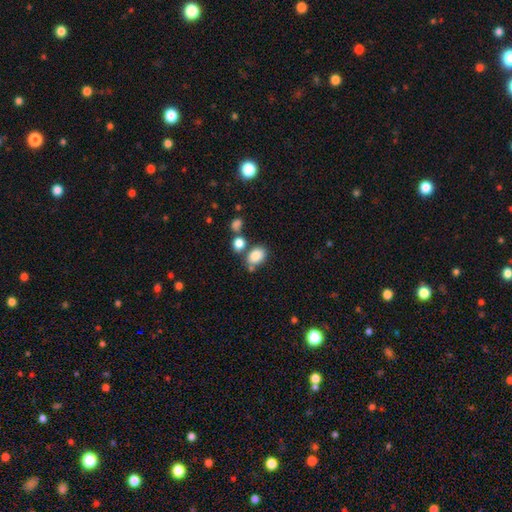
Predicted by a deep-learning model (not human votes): smooth_or_featured: smooth (p=0.84) [alt: star or artifact p=0.10]
how_rounded: in between (p=0.72) [alt: round p=0.27]
merging: none (p=0.58) [alt: merger p=0.23]